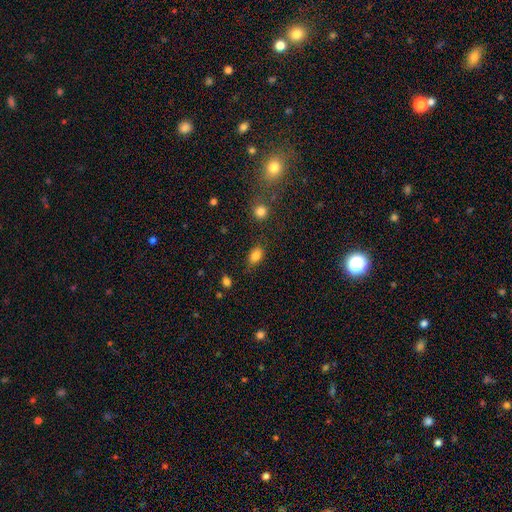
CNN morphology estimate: Smooth or featured: smooth — 84% (star or artifact — 10%)
How rounded: in between — 83% (round — 15%)
Merging: none — 80% (minor disturbance — 14%)